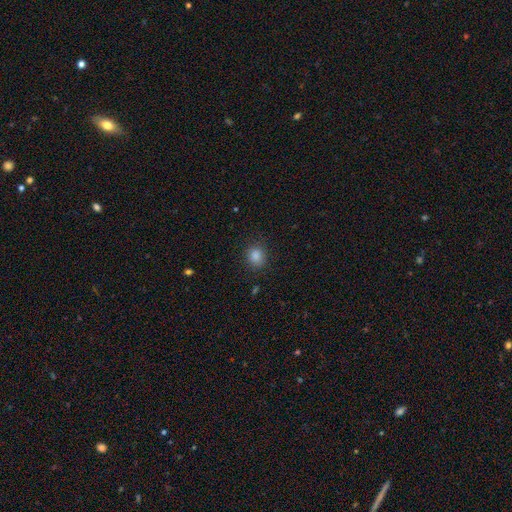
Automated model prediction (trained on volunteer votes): smooth-or-featured: smooth: 85% | star or artifact: 11% | featured or disk: 4%
  how-rounded: round: 71% | in between: 28% | cigar-shaped: 1%
  merging: none: 84% | minor disturbance: 11% | major disturbance: 3% | merger: 1%